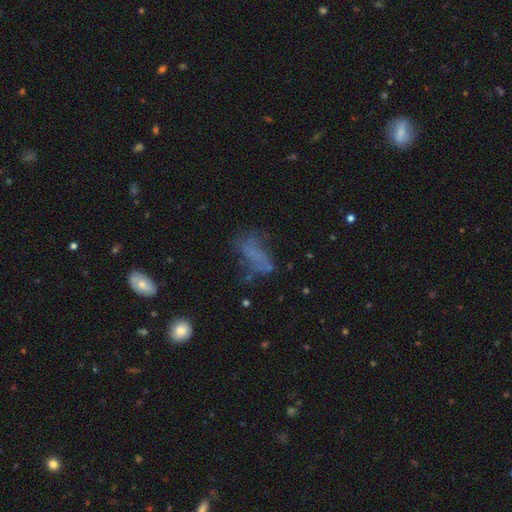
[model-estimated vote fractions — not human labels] smooth-or-featured: smooth: 45% | featured or disk: 35% | star or artifact: 20%
  merging: none: 44% | major disturbance: 27% | minor disturbance: 23% | merger: 6%